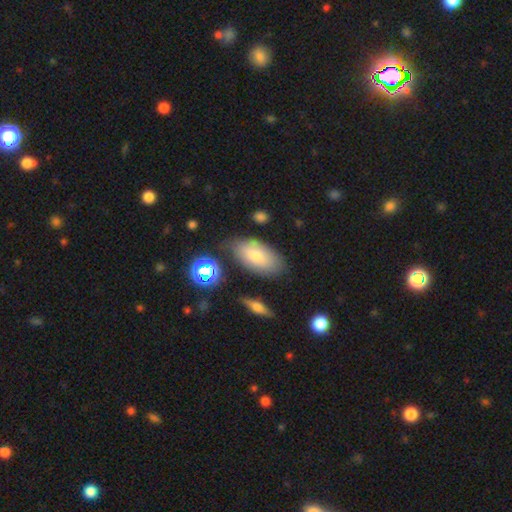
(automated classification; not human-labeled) Smooth or featured?
  - smooth: 71% *
  - featured or disk: 19%
  - star or artifact: 10%
How rounded?
  - in between: 92% *
  - cigar-shaped: 4%
  - round: 4%
Merging?
  - none: 73% *
  - minor disturbance: 18%
  - major disturbance: 5%
  - merger: 4%